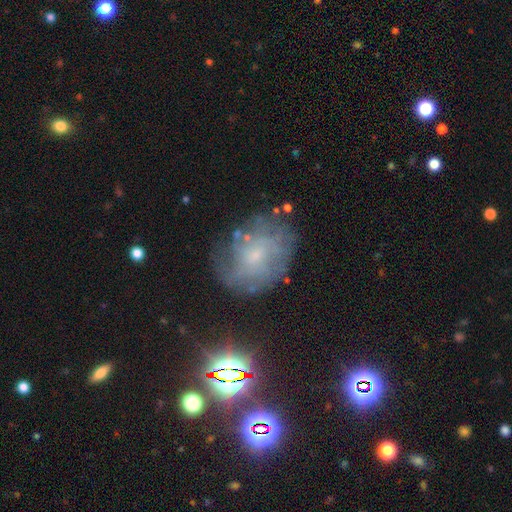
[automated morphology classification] This is possibly a featured or disk galaxy (54%). It is clearly not viewed edge-on (96%). Bar: likely no (74%). Spiral arm pattern: likely yes (66%). Central bulge: likely small (66%). Merging: likely none (65%).